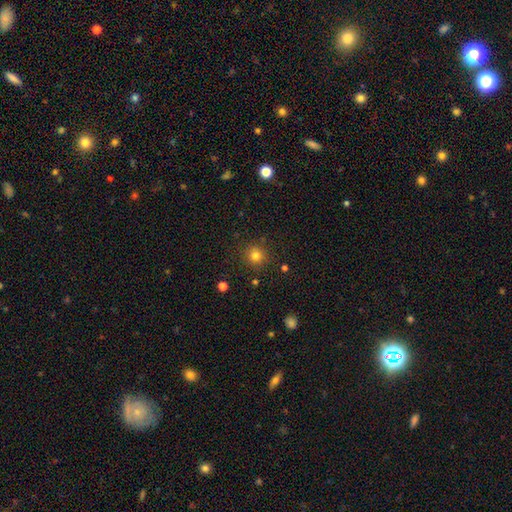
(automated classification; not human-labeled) smooth_or_featured: smooth (p=0.78) [alt: star or artifact p=0.15]
how_rounded: round (p=0.92) [alt: in between p=0.07]
merging: none (p=0.87) [alt: minor disturbance p=0.08]